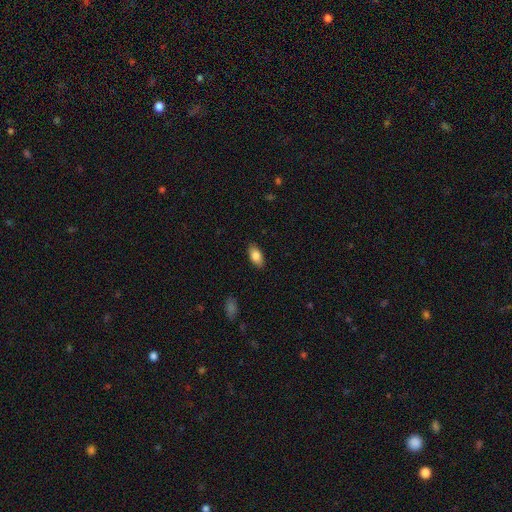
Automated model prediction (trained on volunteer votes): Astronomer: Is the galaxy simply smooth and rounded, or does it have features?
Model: smooth — 84%.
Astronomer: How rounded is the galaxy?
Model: in between — 91%.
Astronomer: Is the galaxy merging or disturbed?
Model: none — 88%.